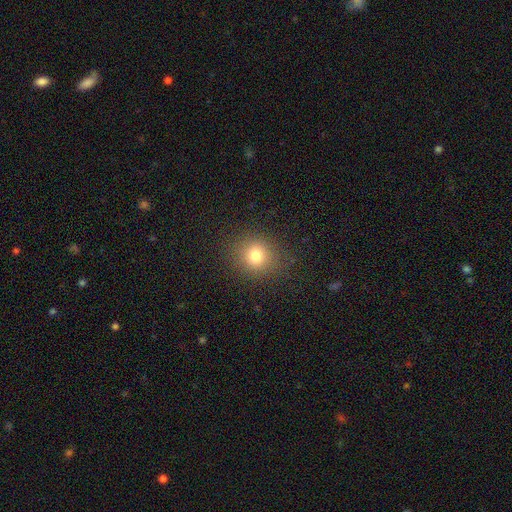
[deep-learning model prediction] This appears to be a smooth galaxy with no disk features (77%) that is round (82%). Merging: none (86%).